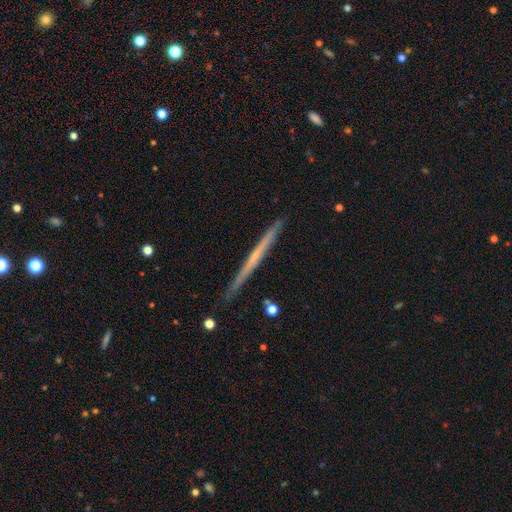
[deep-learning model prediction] Smooth or featured: featured or disk — 62% (smooth — 32%)
Edge-on disk: yes — 98% (no — 2%)
Edge-on bulge: none — 80% (rounded — 17%)
Merging: none — 90% (minor disturbance — 8%)